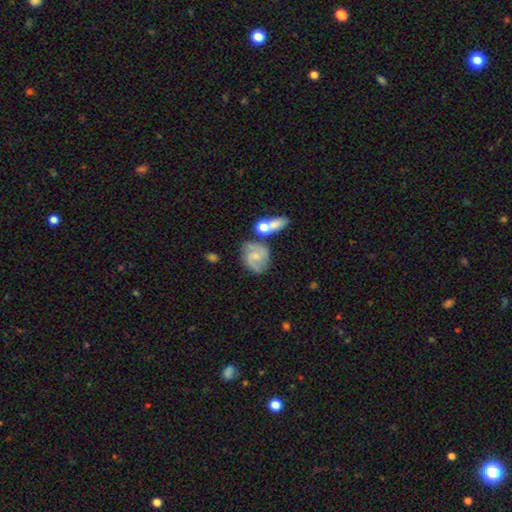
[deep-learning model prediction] Smooth or featured?
  - featured or disk: 62% *
  - smooth: 30%
  - star or artifact: 8%
Edge-on disk?
  - no: 96% *
  - yes: 4%
Bar?
  - no: 50% *
  - weak: 42%
  - strong: 8%
Spiral arms?
  - yes: 89% *
  - no: 11%
Spiral winding?
  - medium: 48% *
  - tight: 30%
  - loose: 22%
Spiral arm count?
  - 2: 71% *
  - can't tell: 14%
  - 3: 8%
  - 1: 3%
  - 4: 2%
  - more than 4: 2%
Bulge size?
  - small: 59% *
  - moderate: 27%
  - none: 11%
  - large: 2%
  - dominant: 1%
Merging?
  - none: 57% *
  - minor disturbance: 20%
  - merger: 16%
  - major disturbance: 8%